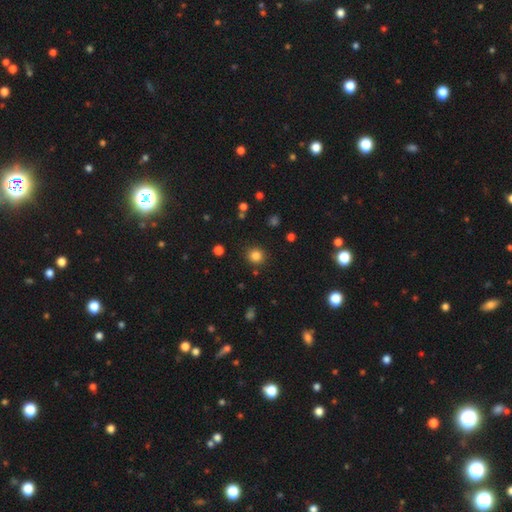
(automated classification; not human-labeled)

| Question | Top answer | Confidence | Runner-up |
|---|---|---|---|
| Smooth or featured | smooth | 82% | star or artifact (13%) |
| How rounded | round | 91% | in between (8%) |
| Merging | none | 88% | minor disturbance (7%) |